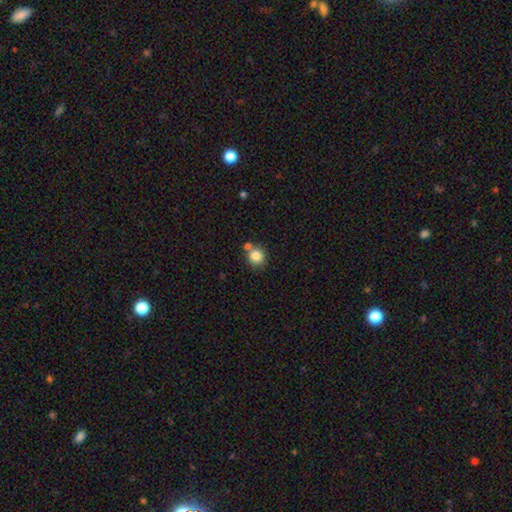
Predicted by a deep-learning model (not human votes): Smooth or featured?
  - smooth: 84% *
  - star or artifact: 10%
  - featured or disk: 6%
How rounded?
  - round: 89% *
  - in between: 10%
  - cigar-shaped: 1%
Merging?
  - none: 66% *
  - merger: 21%
  - minor disturbance: 10%
  - major disturbance: 3%